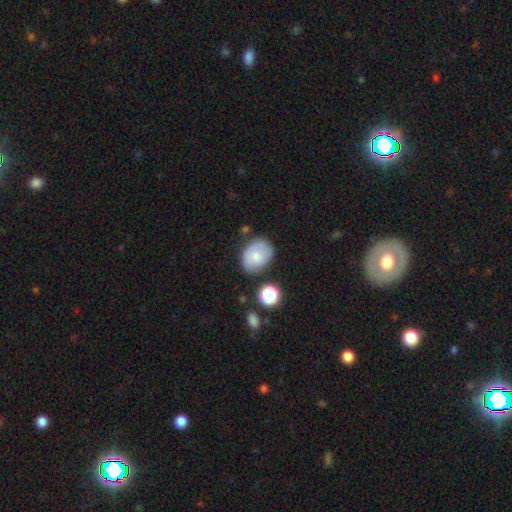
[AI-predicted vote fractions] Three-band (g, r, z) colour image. It shows a smooth galaxy with no disk features (73%) that is in between round and cigar-shaped (60%). Merging: none (68%).